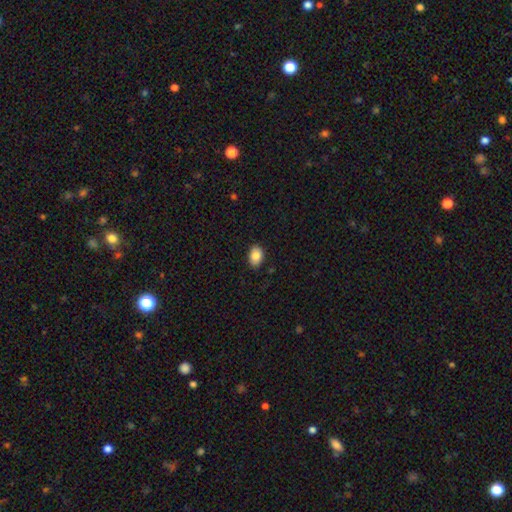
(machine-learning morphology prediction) Smooth or featured?
  - smooth: 86% *
  - star or artifact: 8%
  - featured or disk: 7%
How rounded?
  - in between: 84% *
  - round: 15%
  - cigar-shaped: 1%
Merging?
  - none: 88% *
  - minor disturbance: 9%
  - major disturbance: 2%
  - merger: 1%